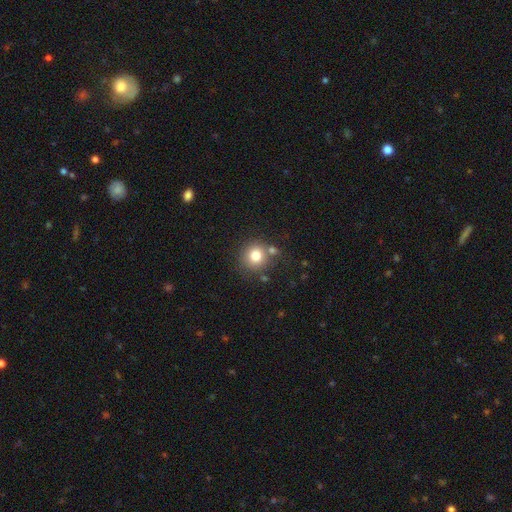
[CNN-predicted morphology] type=smooth (79%); roundness=round (90%); merging=none (72%).